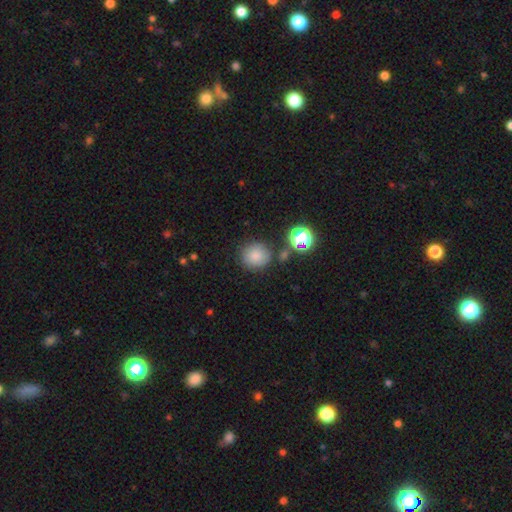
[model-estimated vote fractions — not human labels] Smooth or featured? smooth (78%)
How rounded? round (89%)
Merging? none (77%)